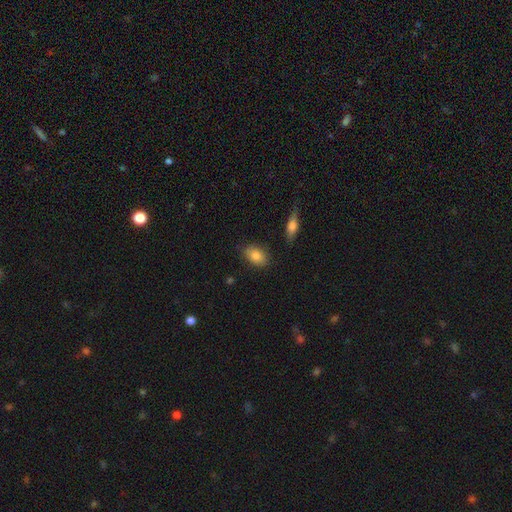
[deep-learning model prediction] smooth 83%, featured or disk 9%, star or artifact 7%. Down the decision tree: how rounded — in between (84%); merging — none (84%).